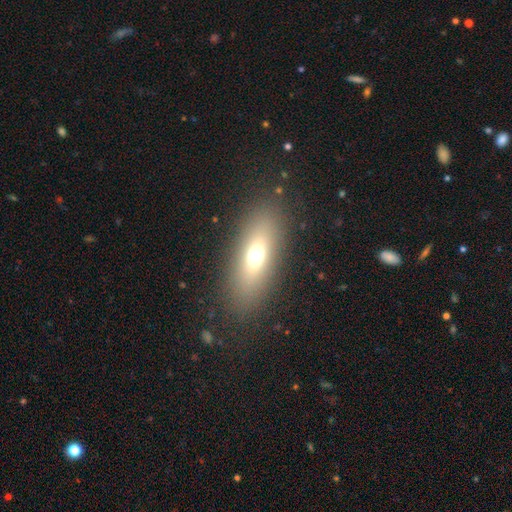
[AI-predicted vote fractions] smooth-or-featured: smooth: 63% | featured or disk: 23% | star or artifact: 13%
  how-rounded: in between: 70% | cigar-shaped: 23% | round: 7%
  merging: none: 85% | minor disturbance: 9% | major disturbance: 5% | merger: 1%